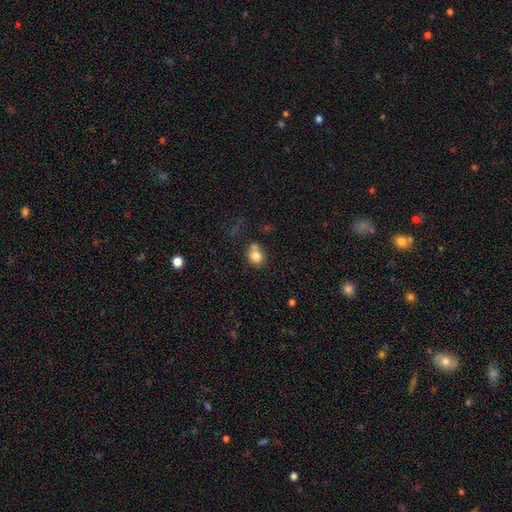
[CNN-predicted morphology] smooth-or-featured: smooth: 79% | featured or disk: 10% | star or artifact: 10%
  how-rounded: round: 63% | in between: 36% | cigar-shaped: 1%
  merging: none: 51% | merger: 22% | minor disturbance: 20% | major disturbance: 8%